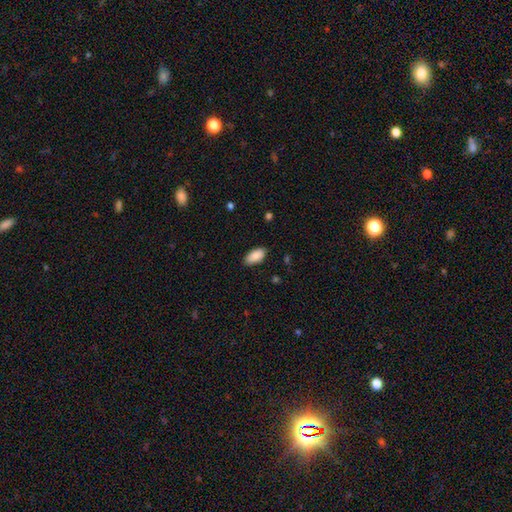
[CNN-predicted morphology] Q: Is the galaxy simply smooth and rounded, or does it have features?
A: smooth — 89%.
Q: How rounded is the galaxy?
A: in between — 93%.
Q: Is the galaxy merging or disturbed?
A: none — 83%.